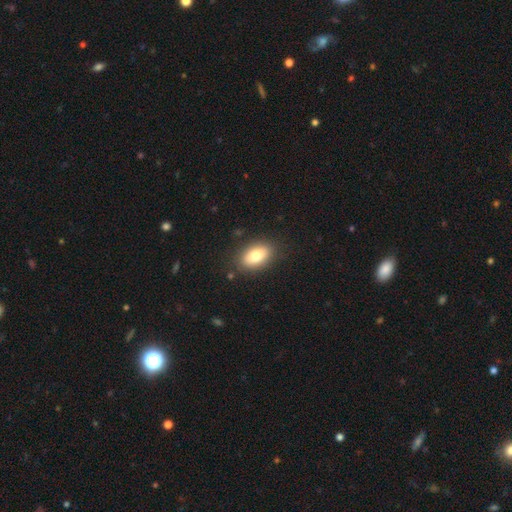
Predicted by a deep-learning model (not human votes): The model was most divided on "smooth or featured": smooth: 79%, featured or disk: 14%, star or artifact: 8%. More confident: how rounded — in between (88%); merging — none (85%).